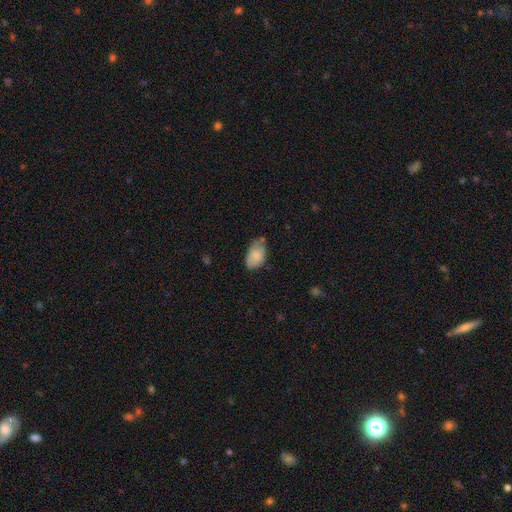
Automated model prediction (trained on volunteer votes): A smooth galaxy with no disk features (81%) that is in between round and cigar-shaped (92%). Merging: none (51%).